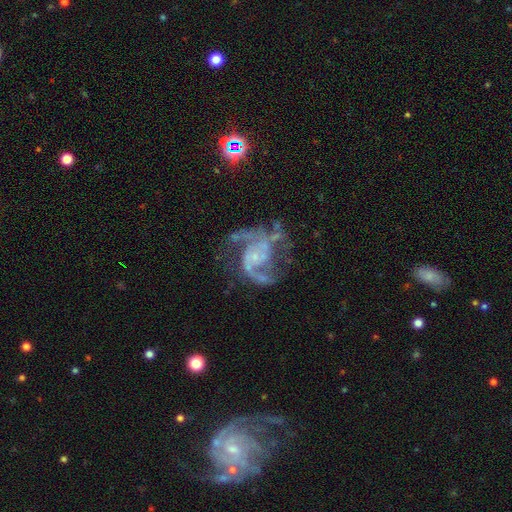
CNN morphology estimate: Smooth or featured? featured or disk (88%)
Edge-on disk? no (98%)
Bar? no (65%)
Spiral arms? yes (95%)
Spiral winding? medium (54%)
Spiral arm count? 2 (76%)
Bulge size? small (65%)
Merging? none (56%)